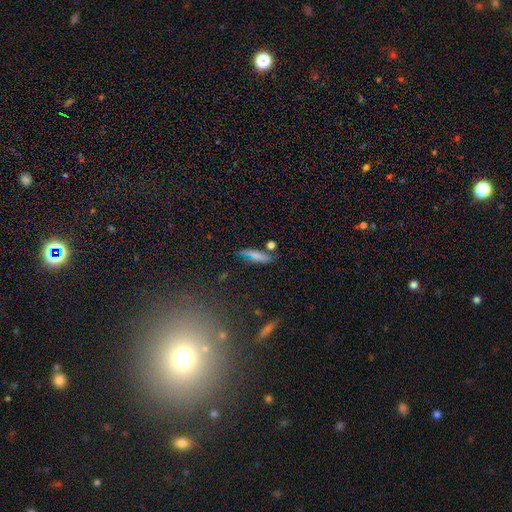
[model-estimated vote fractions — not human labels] Smooth or featured? smooth (70%)
How rounded? cigar-shaped (68%)
Merging? none (69%)